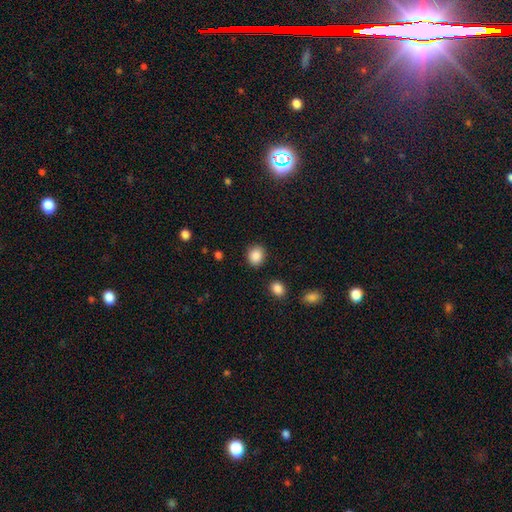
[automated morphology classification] smooth-or-featured: smooth: 88% | star or artifact: 9% | featured or disk: 4%
  how-rounded: round: 71% | in between: 28% | cigar-shaped: 1%
  merging: none: 87% | minor disturbance: 8% | major disturbance: 3% | merger: 2%